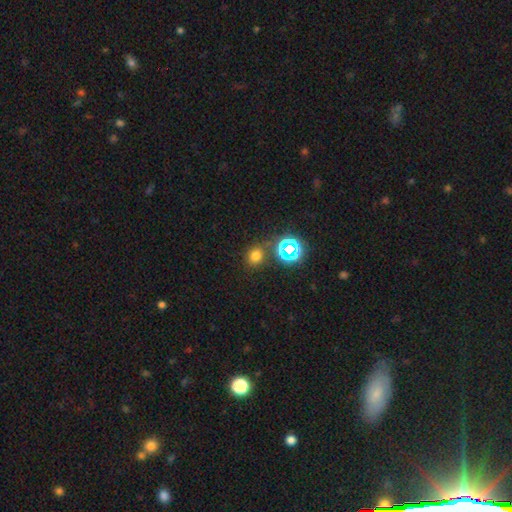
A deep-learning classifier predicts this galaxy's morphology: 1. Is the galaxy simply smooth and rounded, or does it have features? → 67% smooth, 27% star or artifact, 7% featured or disk.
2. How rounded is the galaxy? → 70% round, 28% in between, 1% cigar-shaped.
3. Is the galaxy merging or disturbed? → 77% none, 12% minor disturbance, 7% merger, 4% major disturbance.